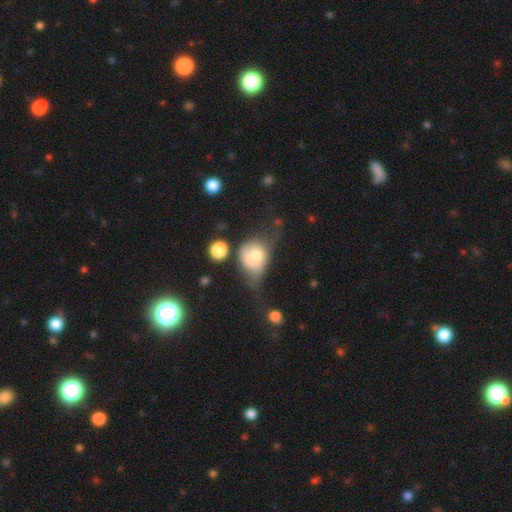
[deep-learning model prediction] smooth 65%, featured or disk 25%, star or artifact 10%. Down the decision tree: how rounded — round (53%); merging — major disturbance (36%).